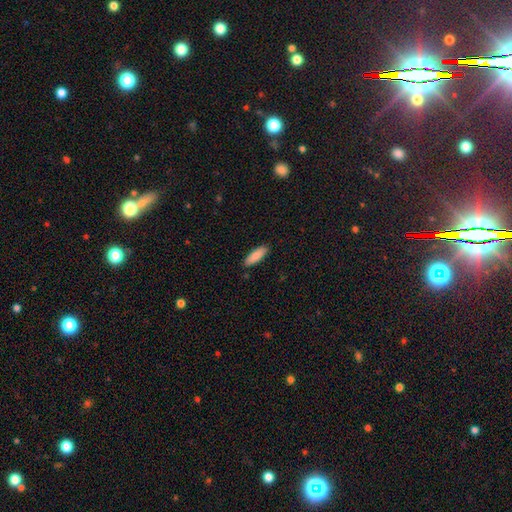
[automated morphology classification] This appears to be a smooth galaxy with no disk features (88%) that is in between round and cigar-shaped (56%). Merging: none (89%).